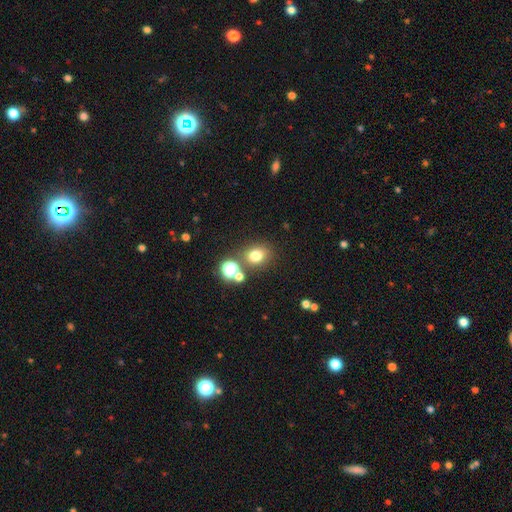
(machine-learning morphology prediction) Smooth or featured? Predicted: smooth (p=0.73). How rounded? Predicted: round (p=0.68). Merging? Predicted: none (p=0.71).